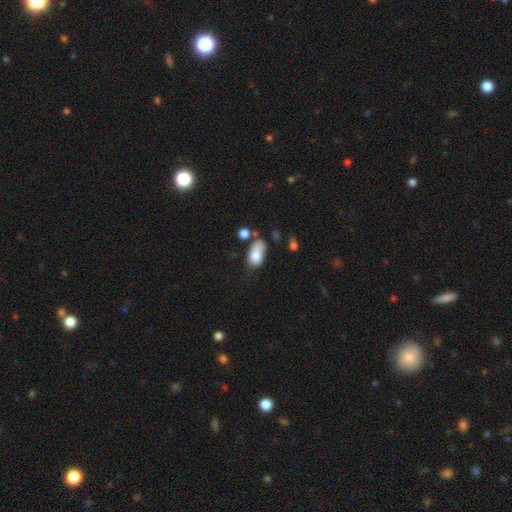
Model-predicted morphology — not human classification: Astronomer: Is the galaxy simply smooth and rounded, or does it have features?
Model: smooth — 76%.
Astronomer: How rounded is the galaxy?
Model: in between — 89%.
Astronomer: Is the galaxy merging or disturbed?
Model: minor disturbance — 31% (runner-up: none, 29%).